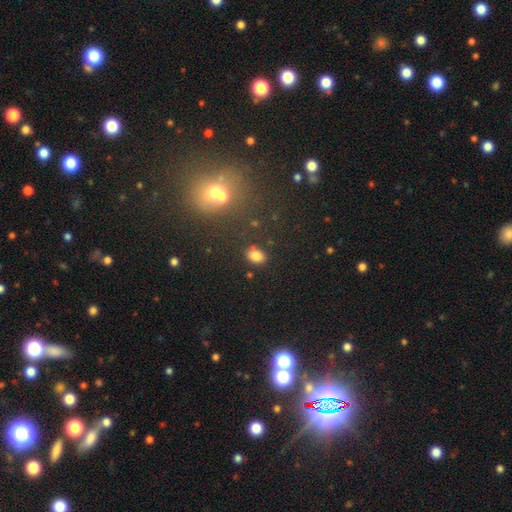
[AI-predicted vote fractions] This is clearly a smooth galaxy (81%). How rounded: likely in between (74%). Merging: clearly none (80%).